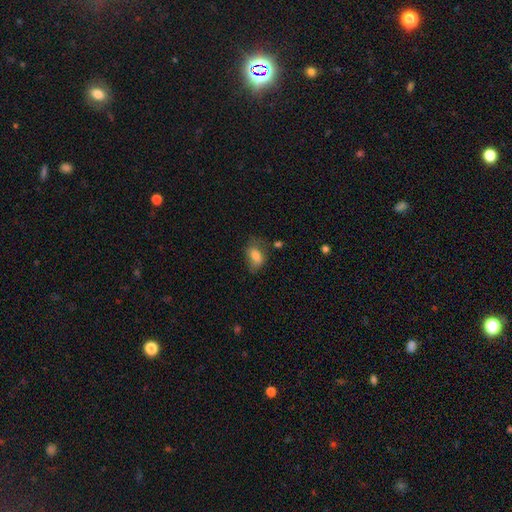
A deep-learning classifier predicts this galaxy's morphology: This appears to be a smooth galaxy with no disk features (78%) that is in between round and cigar-shaped (85%). Merging: none (54%).